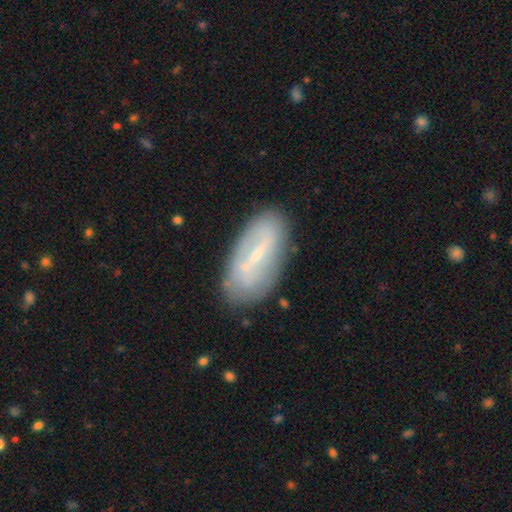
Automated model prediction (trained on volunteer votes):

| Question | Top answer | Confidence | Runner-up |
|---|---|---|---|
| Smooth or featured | featured or disk | 63% | smooth (30%) |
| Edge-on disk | no | 86% | yes (14%) |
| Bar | strong | 55% | weak (33%) |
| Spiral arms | no | 51% | yes (49%) |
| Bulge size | small | 68% | moderate (20%) |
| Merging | none | 79% | minor disturbance (15%) |